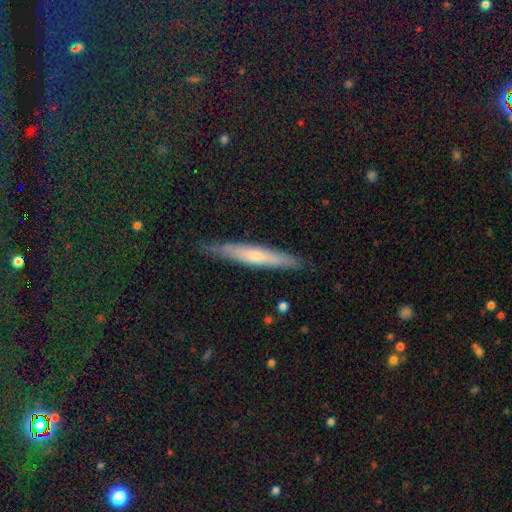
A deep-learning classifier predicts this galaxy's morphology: A smooth galaxy with no disk features (49%).

Vote fractions:
- Smooth or featured? smooth: 49% / featured or disk: 46% / star or artifact: 6%
- Merging? none: 82% / minor disturbance: 15% / major disturbance: 2% / merger: 1%